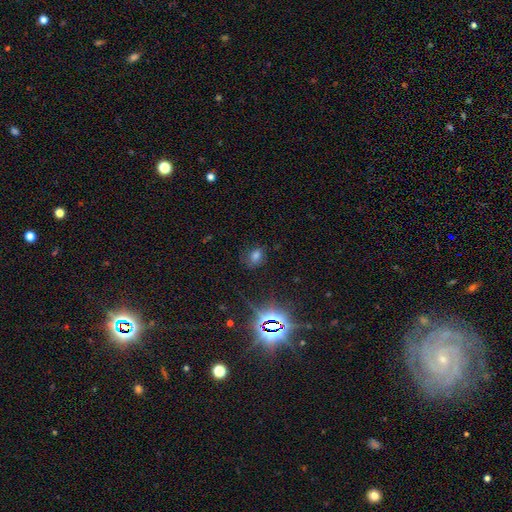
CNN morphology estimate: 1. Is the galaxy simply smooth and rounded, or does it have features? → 54% smooth, 37% star or artifact, 10% featured or disk.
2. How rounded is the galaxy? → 59% in between, 39% round, 2% cigar-shaped.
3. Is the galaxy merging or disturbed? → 76% none, 15% minor disturbance, 7% major disturbance, 2% merger.